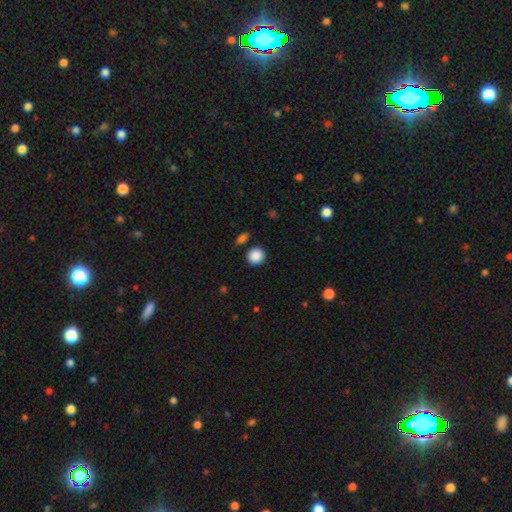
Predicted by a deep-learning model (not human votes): Q: Smooth or featured?
A: smooth (89%); runner-up: star or artifact (9%)
Q: How rounded?
A: round (90%); runner-up: in between (9%)
Q: Merging?
A: none (87%); runner-up: minor disturbance (7%)